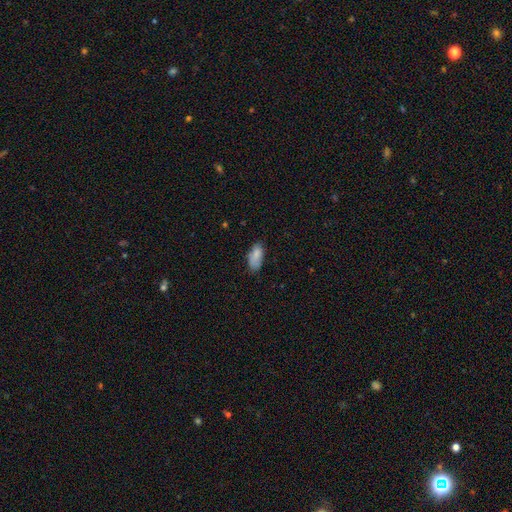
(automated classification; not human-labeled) Overall: smooth (82%). How rounded: in between (89%). Merging: none (62%; minor disturbance 29%).